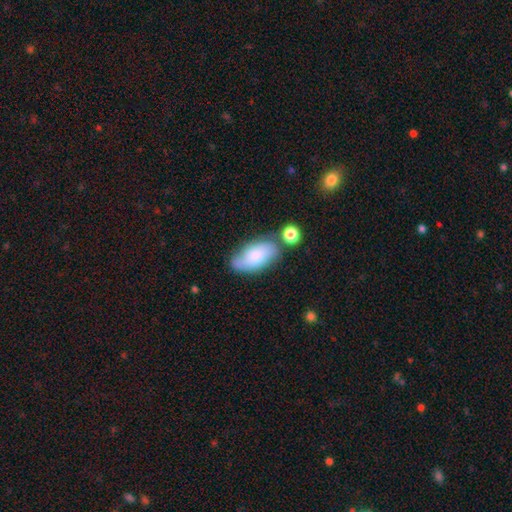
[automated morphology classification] The model was most divided on "merging": none: 56%, minor disturbance: 23%, merger: 14%, major disturbance: 7%. More confident: how rounded — in between (92%); smooth or featured — smooth (69%).